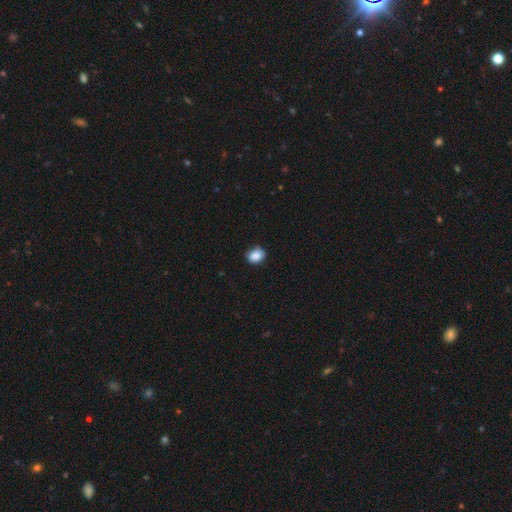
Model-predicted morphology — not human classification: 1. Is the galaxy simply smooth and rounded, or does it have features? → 88% smooth, 8% star or artifact, 4% featured or disk.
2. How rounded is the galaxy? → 57% in between, 42% round, 1% cigar-shaped.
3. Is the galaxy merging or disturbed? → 79% none, 17% minor disturbance, 3% major disturbance, 1% merger.